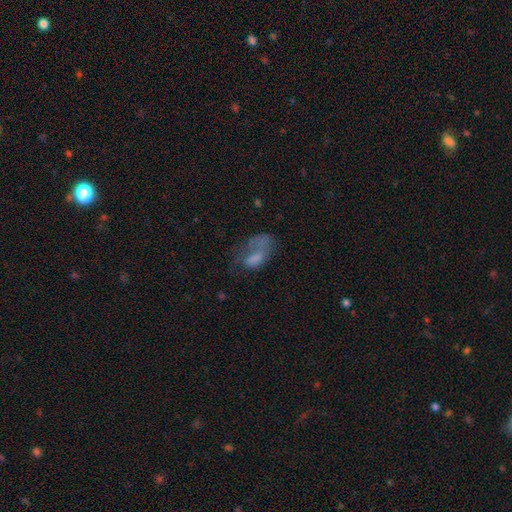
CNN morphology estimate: Smooth or featured? smooth (52%)
How rounded? in between (89%)
Merging? major disturbance (47%)